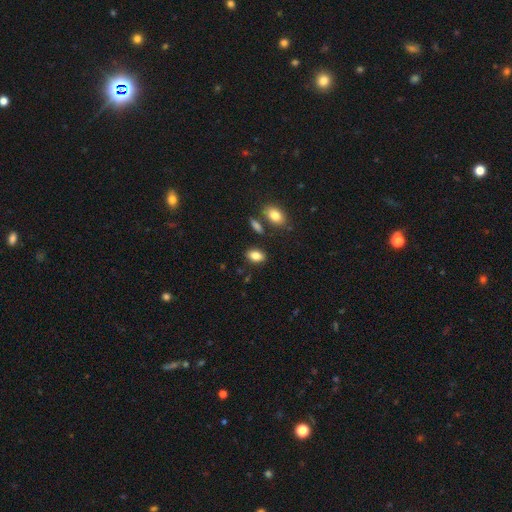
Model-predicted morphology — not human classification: This appears to be a smooth galaxy with no disk features (83%) that is in between round and cigar-shaped (87%). Merging: none (82%).